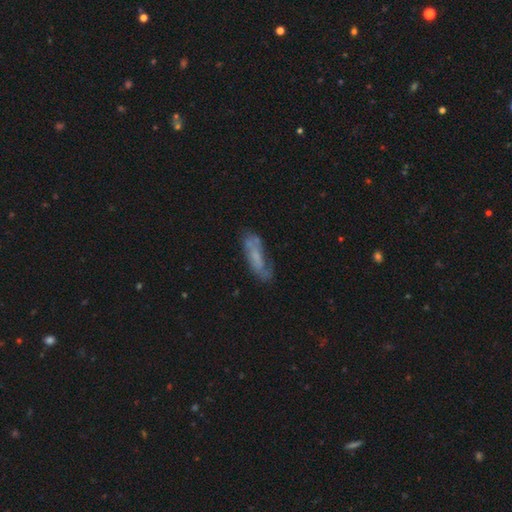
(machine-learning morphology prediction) Smooth or featured? Predicted: featured or disk (p=0.50). Edge-on disk? Predicted: no (p=0.81). Merging? Predicted: none (p=0.57).